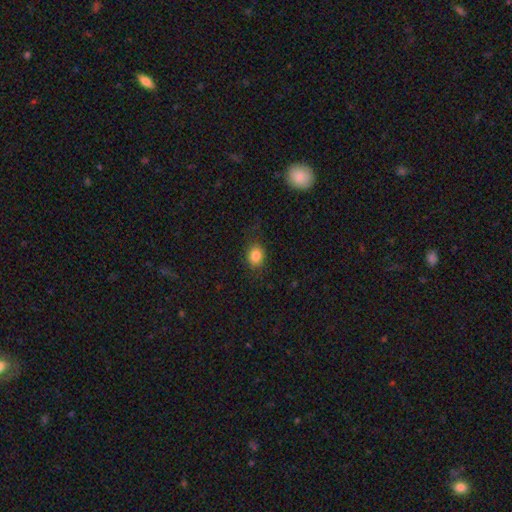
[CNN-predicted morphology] A smooth galaxy with no disk features (84%) that is round (58%).

Vote fractions:
- Smooth or featured? smooth: 84% / star or artifact: 10% / featured or disk: 6%
- How rounded? round: 58% / in between: 41% / cigar-shaped: 1%
- Merging? none: 81% / minor disturbance: 13% / major disturbance: 5% / merger: 1%